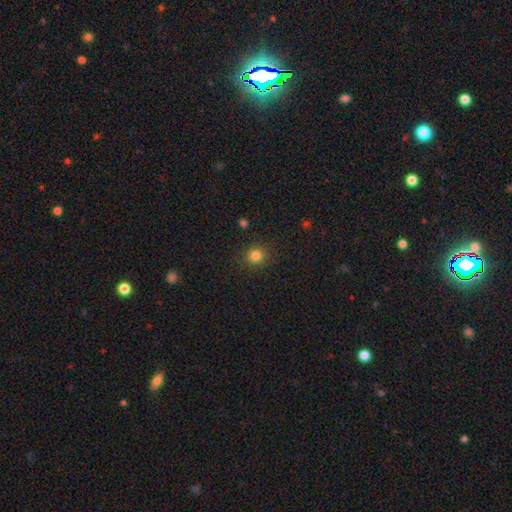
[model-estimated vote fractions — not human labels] A smooth galaxy with no disk features (81%) that is round (91%).

Vote fractions:
- Smooth or featured? smooth: 81% / star or artifact: 14% / featured or disk: 5%
- How rounded? round: 91% / in between: 8% / cigar-shaped: 1%
- Merging? none: 89% / minor disturbance: 7% / major disturbance: 2% / merger: 1%